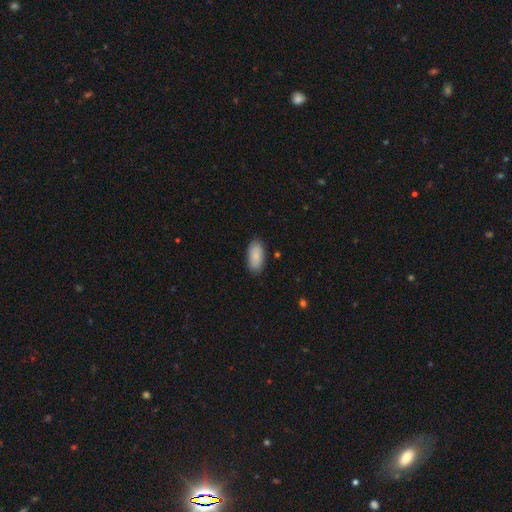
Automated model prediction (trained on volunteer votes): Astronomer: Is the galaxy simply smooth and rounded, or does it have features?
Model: smooth — 87%.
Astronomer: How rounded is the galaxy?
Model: in between — 92%.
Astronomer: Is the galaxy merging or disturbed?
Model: none — 86%.